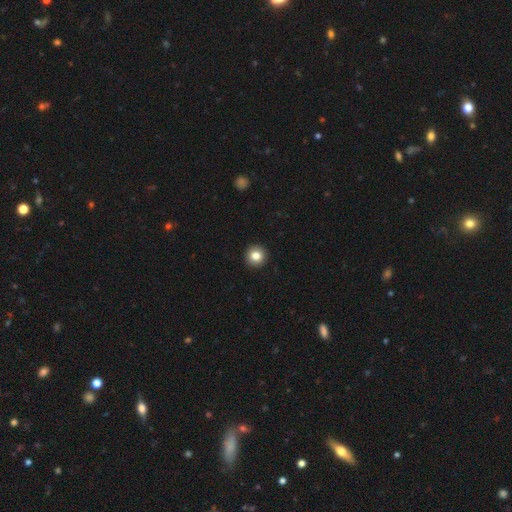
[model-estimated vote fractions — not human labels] smooth 83%, star or artifact 10%, featured or disk 7%. Down the decision tree: how rounded — round (95%); merging — none (94%).